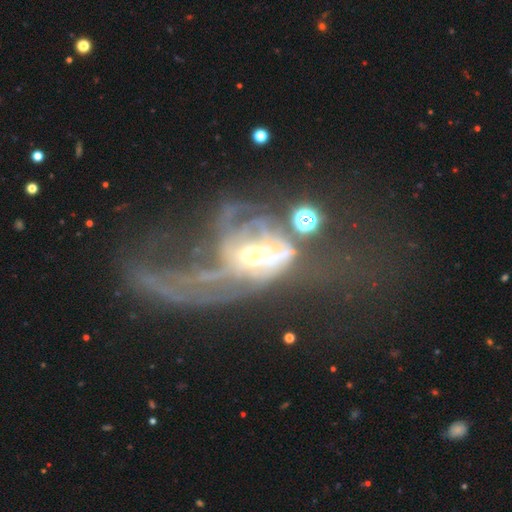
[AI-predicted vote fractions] A featured or disk galaxy (74%) with no bar (67%), spiral arms (60%) and a moderate central bulge (55%).

Vote fractions:
- Smooth or featured? featured or disk: 74% / smooth: 14% / star or artifact: 12%
- Edge-on disk? no: 94% / yes: 6%
- Bar? no: 67% / weak: 24% / strong: 9%
- Spiral arms? yes: 60% / no: 40%
- Bulge size? moderate: 55% / small: 31% / large: 8% / none: 3% / dominant: 2%
- Merging? major disturbance: 62% / merger: 21% / none: 10% / minor disturbance: 7%